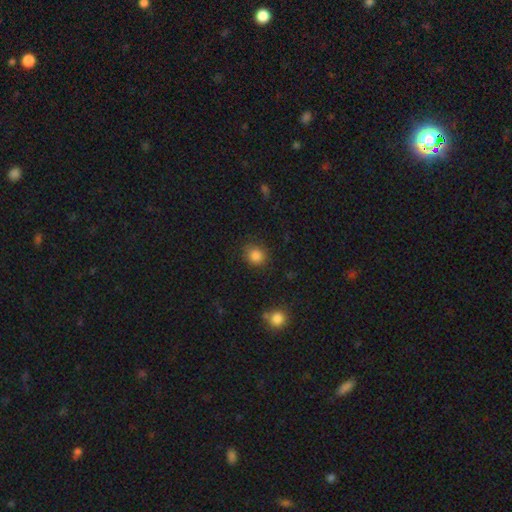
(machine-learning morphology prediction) The model was most divided on "how rounded": round: 83%, in between: 16%, cigar-shaped: 1%. More confident: smooth or featured — smooth (85%); merging — none (85%).